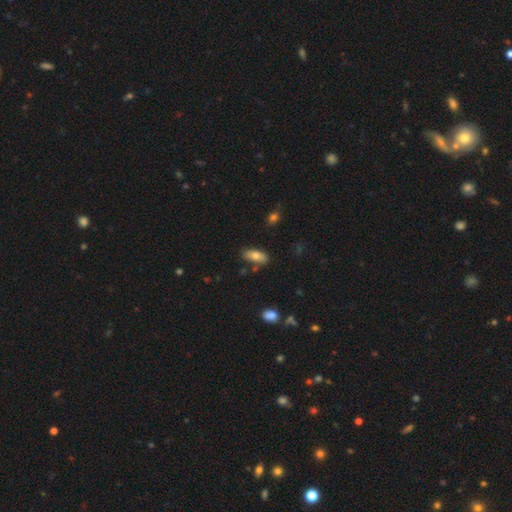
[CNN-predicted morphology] smooth_or_featured: smooth (p=0.73) [alt: featured or disk p=0.19]
how_rounded: in between (p=0.84) [alt: cigar-shaped p=0.13]
merging: none (p=0.77) [alt: minor disturbance p=0.16]